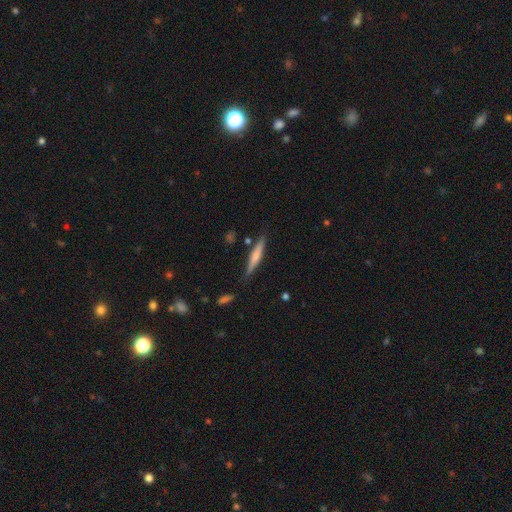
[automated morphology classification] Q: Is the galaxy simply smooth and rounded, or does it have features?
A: smooth — 50%.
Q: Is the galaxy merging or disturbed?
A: none — 82%.